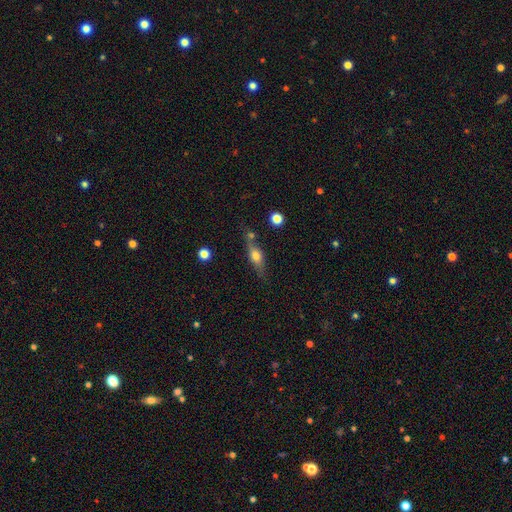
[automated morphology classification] smooth_or_featured: smooth (p=0.47) [alt: featured or disk p=0.45]
merging: none (p=0.59) [alt: minor disturbance p=0.19]